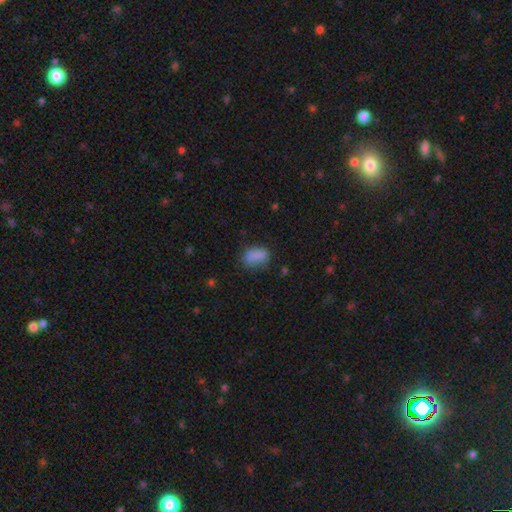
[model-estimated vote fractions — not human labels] Smooth or featured: smooth — 82% (star or artifact — 10%)
How rounded: in between — 85% (round — 11%)
Merging: none — 63% (minor disturbance — 25%)